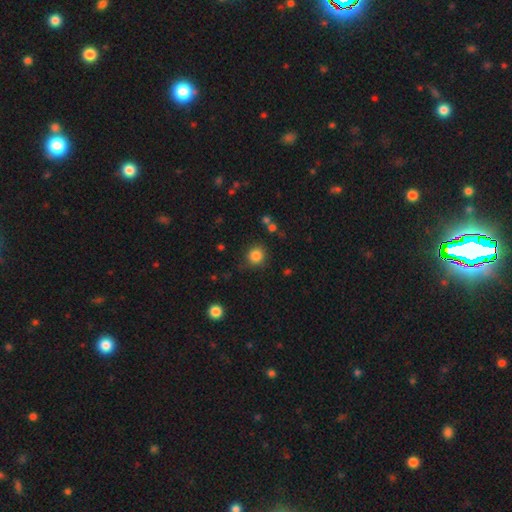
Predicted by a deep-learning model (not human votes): The model was most divided on "smooth or featured": smooth: 84%, star or artifact: 12%, featured or disk: 4%. More confident: how rounded — round (90%); merging — none (85%).